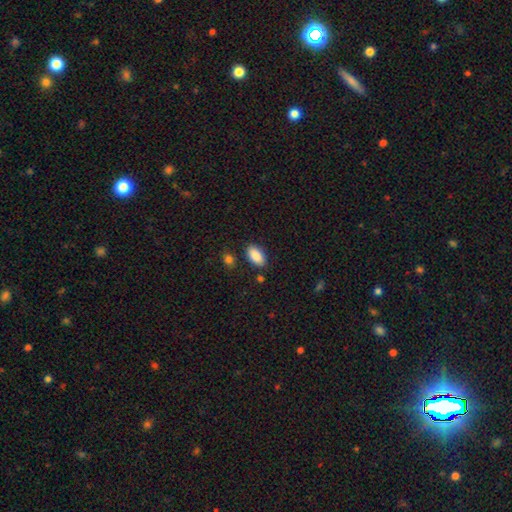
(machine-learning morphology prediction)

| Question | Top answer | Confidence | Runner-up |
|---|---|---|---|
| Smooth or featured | smooth | 89% | star or artifact (7%) |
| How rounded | in between | 93% | round (3%) |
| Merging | none | 84% | minor disturbance (11%) |